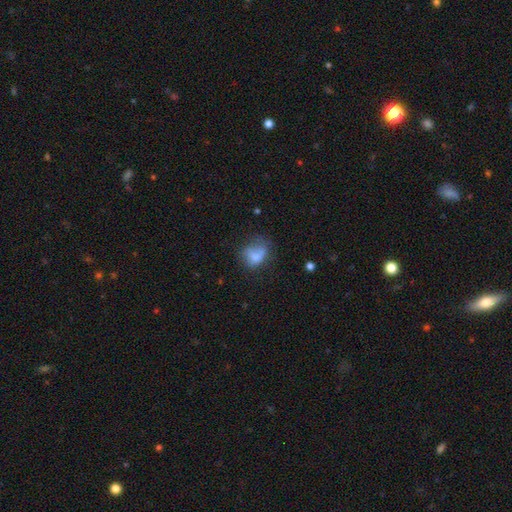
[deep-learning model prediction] Smooth or featured? Predicted: smooth (p=0.65). How rounded? Predicted: in between (p=0.56). Merging? Predicted: none (p=0.33).